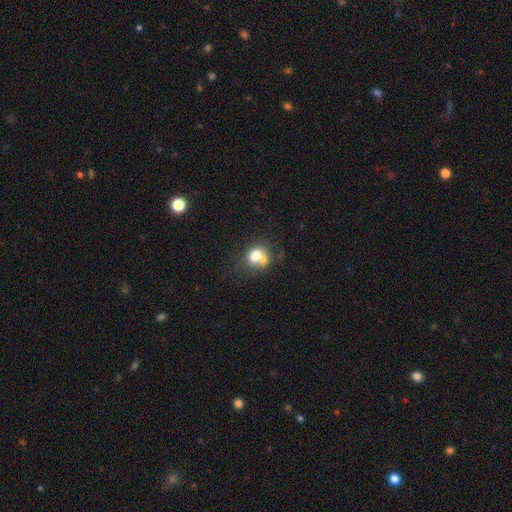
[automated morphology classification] The model was most divided on "merging": merger: 47%, none: 36%, minor disturbance: 12%, major disturbance: 6%. More confident: smooth or featured — smooth (69%); how rounded — round (56%).